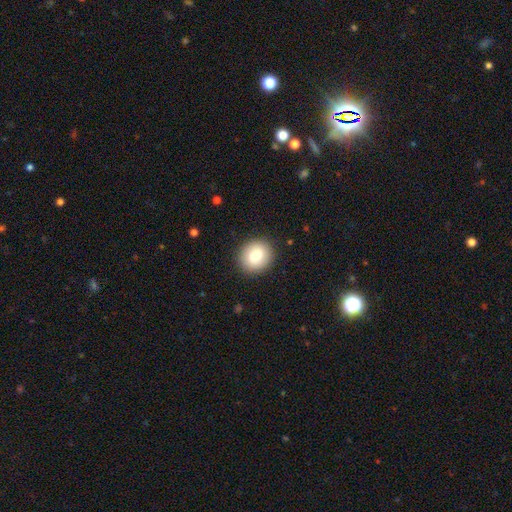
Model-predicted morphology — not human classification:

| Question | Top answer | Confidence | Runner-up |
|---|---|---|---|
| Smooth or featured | smooth | 83% | featured or disk (10%) |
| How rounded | round | 79% | in between (20%) |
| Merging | none | 89% | minor disturbance (7%) |